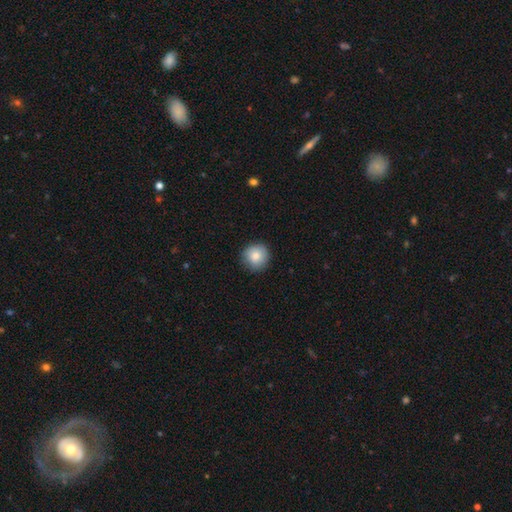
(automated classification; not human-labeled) Q: Smooth or featured?
A: smooth (84%); runner-up: star or artifact (8%)
Q: How rounded?
A: round (93%); runner-up: in between (6%)
Q: Merging?
A: none (87%); runner-up: minor disturbance (10%)